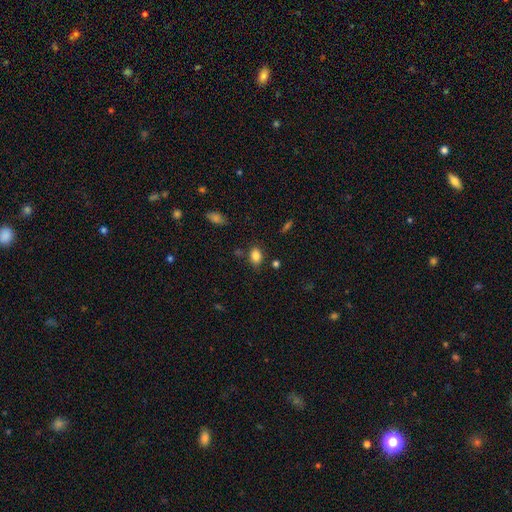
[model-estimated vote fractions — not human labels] A smooth galaxy with no disk features (84%) that is in between round and cigar-shaped (78%).

Vote fractions:
- Smooth or featured? smooth: 84% / star or artifact: 10% / featured or disk: 6%
- How rounded? in between: 78% / round: 21% / cigar-shaped: 2%
- Merging? none: 77% / minor disturbance: 15% / merger: 4% / major disturbance: 4%